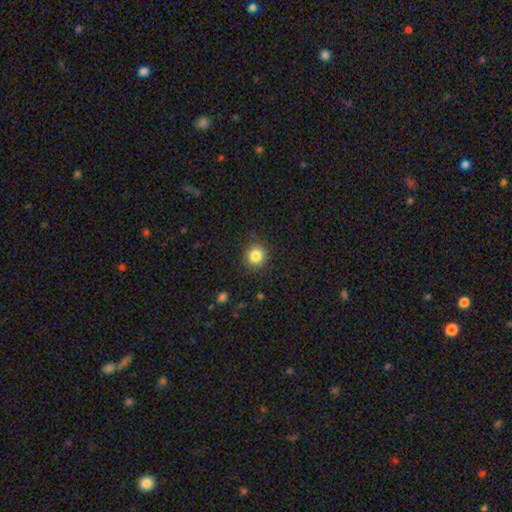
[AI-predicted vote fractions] Smooth or featured? Predicted: smooth (p=0.84). How rounded? Predicted: round (p=0.91). Merging? Predicted: none (p=0.88).